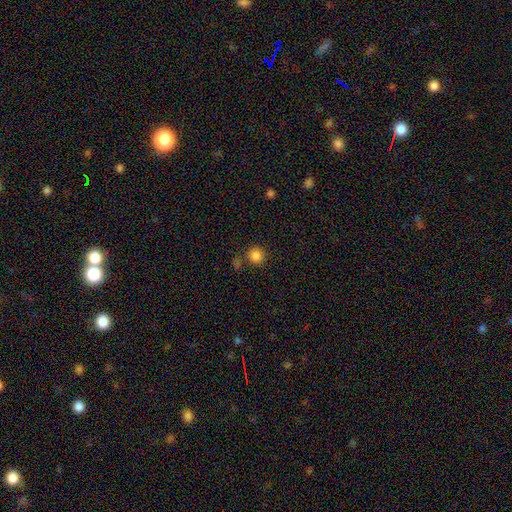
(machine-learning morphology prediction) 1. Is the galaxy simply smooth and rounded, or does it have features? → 85% smooth, 11% star or artifact, 4% featured or disk.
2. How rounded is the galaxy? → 92% round, 7% in between, 1% cigar-shaped.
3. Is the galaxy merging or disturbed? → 78% none, 9% minor disturbance, 9% merger, 3% major disturbance.